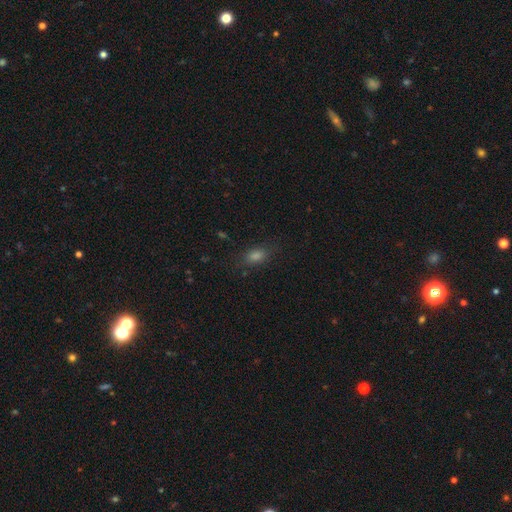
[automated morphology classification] Smooth or featured? Predicted: smooth (p=0.71). How rounded? Predicted: in between (p=0.77). Merging? Predicted: none (p=0.81).